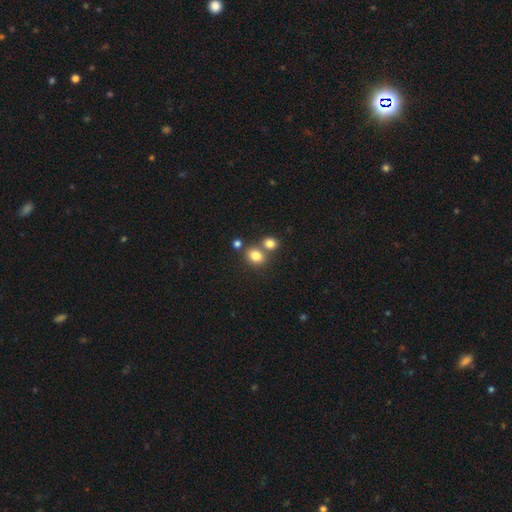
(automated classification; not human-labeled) This appears to be a smooth galaxy with no disk features (81%) that is round (66%). Merging: none (58%).